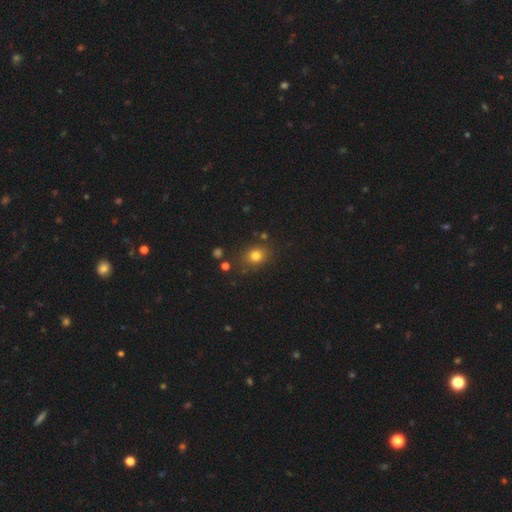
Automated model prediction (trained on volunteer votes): smooth_or_featured: smooth (p=0.78) [alt: star or artifact p=0.14]
how_rounded: round (p=0.60) [alt: in between p=0.39]
merging: none (p=0.82) [alt: minor disturbance p=0.11]